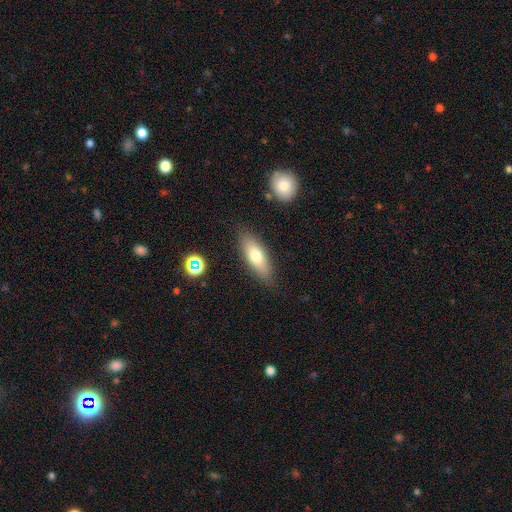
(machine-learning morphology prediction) Smooth or featured? smooth (71%)
How rounded? in between (63%)
Merging? none (84%)